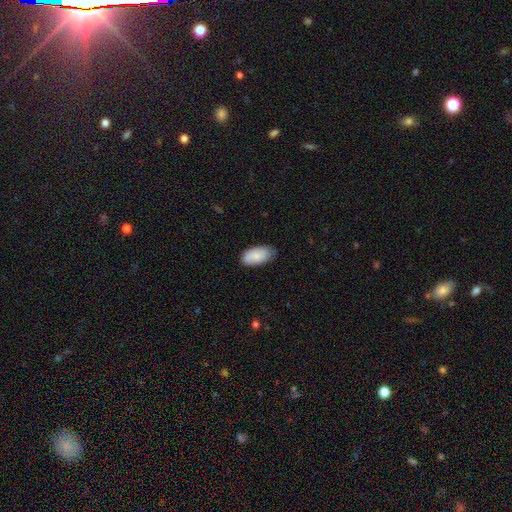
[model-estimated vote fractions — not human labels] The model was most divided on "merging": none: 74%, minor disturbance: 21%, major disturbance: 3%, merger: 1%. More confident: how rounded — in between (95%); smooth or featured — smooth (83%).